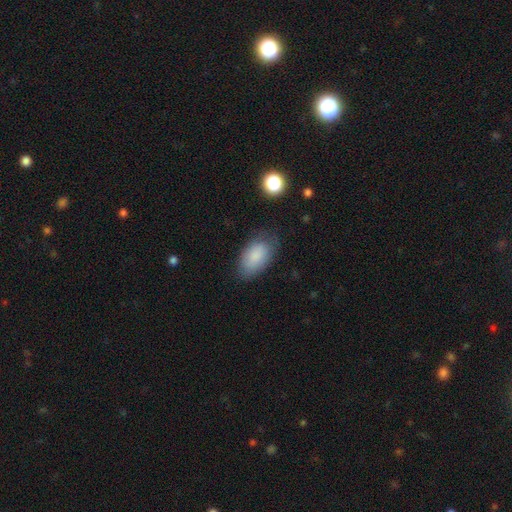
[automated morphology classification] Smooth or featured? smooth (85%)
How rounded? in between (94%)
Merging? none (74%)